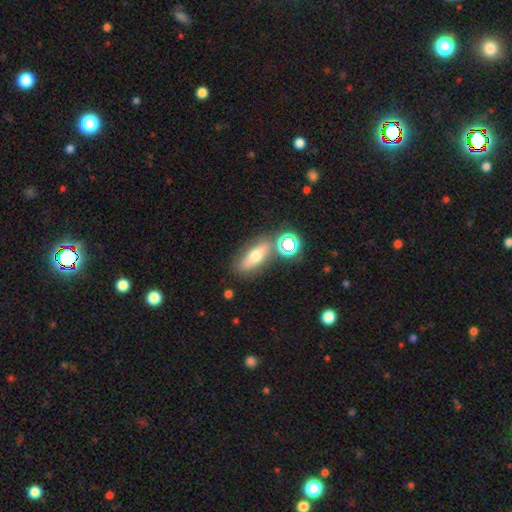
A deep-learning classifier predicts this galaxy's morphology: Smooth or featured: smooth — 52% (featured or disk — 30%)
How rounded: in between — 58% (cigar-shaped — 30%)
Merging: none — 73% (minor disturbance — 13%)